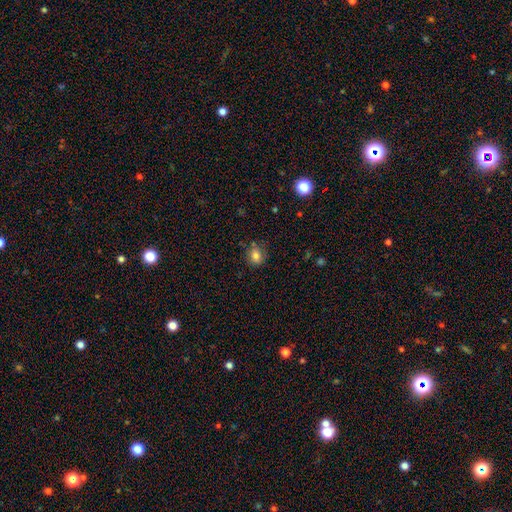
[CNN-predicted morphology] Smooth or featured?
  - smooth: 80% *
  - star or artifact: 12%
  - featured or disk: 8%
How rounded?
  - round: 60% *
  - in between: 39%
  - cigar-shaped: 1%
Merging?
  - none: 76% *
  - minor disturbance: 17%
  - major disturbance: 4%
  - merger: 4%